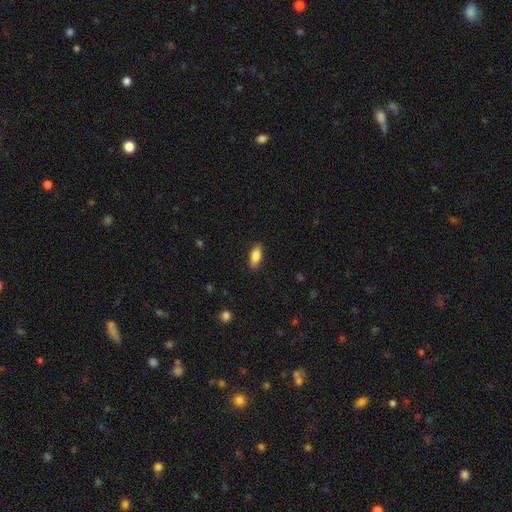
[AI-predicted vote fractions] This appears to be a smooth galaxy with no disk features (83%) that is in between round and cigar-shaped (82%). Merging: none (88%).